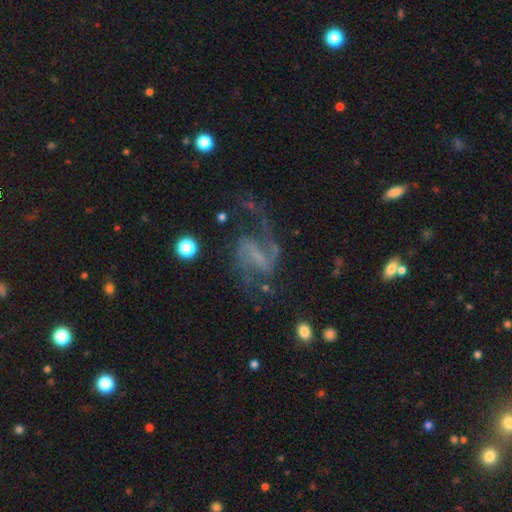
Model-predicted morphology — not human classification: A featured or disk galaxy (86%) with a strong bar (43%), 2 (89%) loose (46%) spiral arms (96%) and no central bulge (57%).

Vote fractions:
- Smooth or featured? featured or disk: 86% / star or artifact: 8% / smooth: 6%
- Edge-on disk? no: 98% / yes: 2%
- Bar? strong: 43% / weak: 42% / no: 15%
- Spiral arms? yes: 96% / no: 4%
- Spiral winding? loose: 46% / medium: 45% / tight: 9%
- Spiral arm count? 2: 89% / 1: 4% / can't tell: 3% / 3: 2% / 4: 1% / more than 4: 1%
- Bulge size? none: 57% / small: 28% / moderate: 11% / large: 3% / dominant: 1%
- Merging? none: 64% / major disturbance: 18% / minor disturbance: 16% / merger: 3%